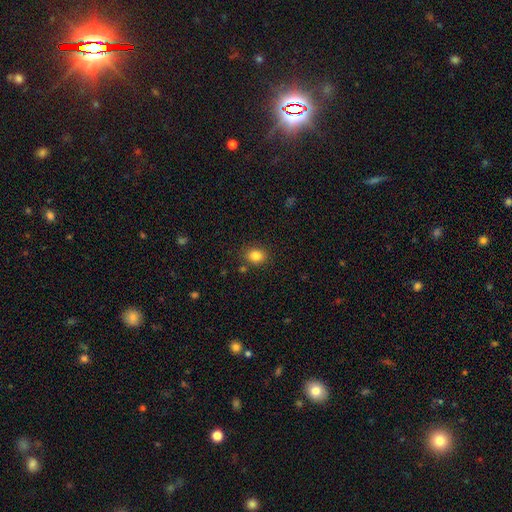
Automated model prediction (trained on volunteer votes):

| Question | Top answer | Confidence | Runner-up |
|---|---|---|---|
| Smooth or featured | smooth | 84% | star or artifact (11%) |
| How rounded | round | 55% | in between (44%) |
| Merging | none | 84% | minor disturbance (10%) |